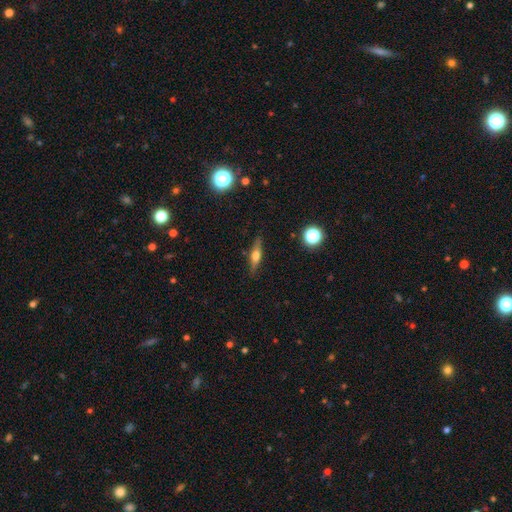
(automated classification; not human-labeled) smooth-or-featured: featured or disk: 47% | smooth: 44% | star or artifact: 9%
  merging: none: 86% | minor disturbance: 11% | major disturbance: 2% | merger: 1%